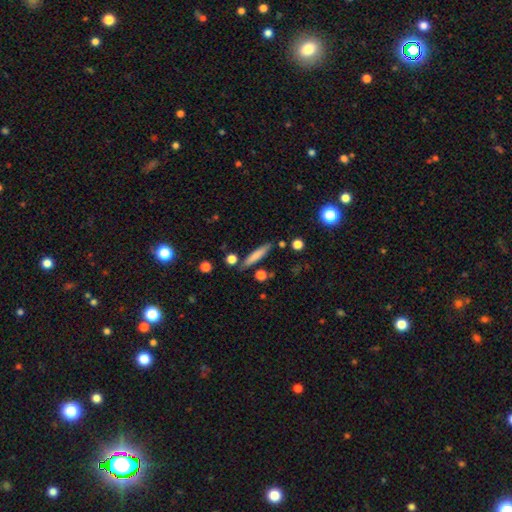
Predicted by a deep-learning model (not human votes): smooth-or-featured: smooth: 74% | featured or disk: 20% | star or artifact: 7%
  how-rounded: cigar-shaped: 90% | in between: 8% | round: 2%
  merging: none: 83% | minor disturbance: 10% | merger: 4% | major disturbance: 2%